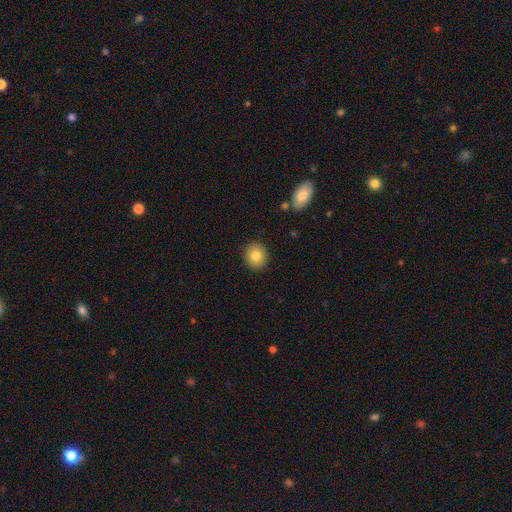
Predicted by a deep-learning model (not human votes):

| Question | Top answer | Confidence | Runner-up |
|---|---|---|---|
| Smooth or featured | smooth | 83% | star or artifact (9%) |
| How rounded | round | 78% | in between (21%) |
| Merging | none | 91% | minor disturbance (6%) |